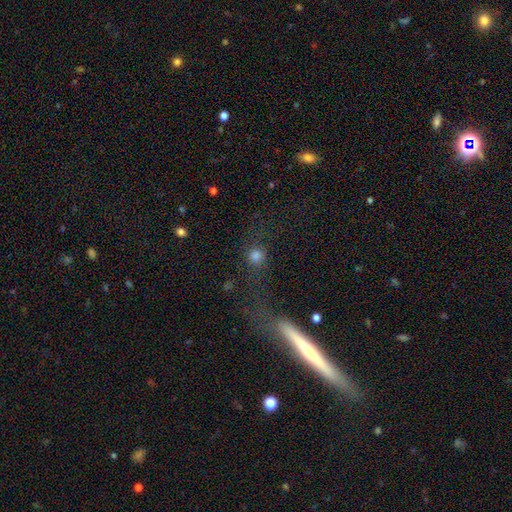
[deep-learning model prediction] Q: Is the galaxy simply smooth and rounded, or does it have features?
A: smooth — 64%.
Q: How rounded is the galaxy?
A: round — 79%.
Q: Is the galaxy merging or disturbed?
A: none — 56%.